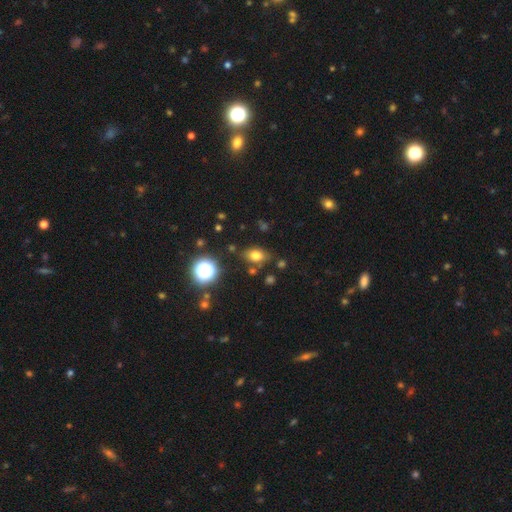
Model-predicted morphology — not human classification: A smooth galaxy with no disk features (75%) that is in between round and cigar-shaped (74%). Merging: none (78%).